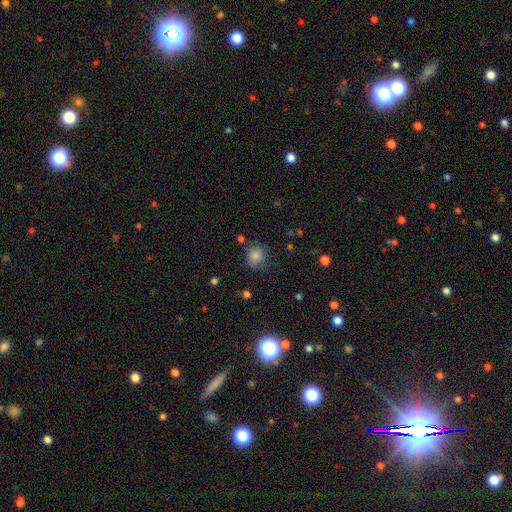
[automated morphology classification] Overall: smooth (83%). How rounded: round (85%). Merging: none (75%).